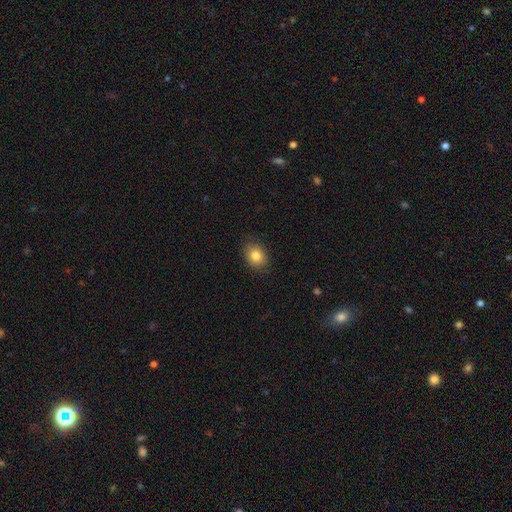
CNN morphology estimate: Smooth or featured? Predicted: smooth (p=0.82). How rounded? Predicted: in between (p=0.54). Merging? Predicted: none (p=0.87).